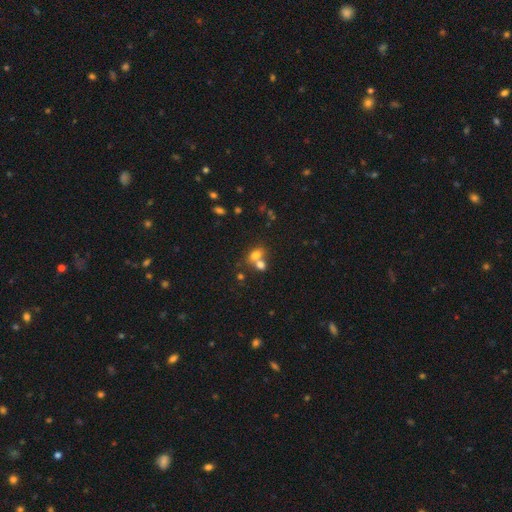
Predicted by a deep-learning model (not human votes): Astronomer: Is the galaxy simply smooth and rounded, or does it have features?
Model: smooth — 72%.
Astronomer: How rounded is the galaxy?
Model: in between — 68%.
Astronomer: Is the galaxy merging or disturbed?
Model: merger — 51% (runner-up: none, 36%).